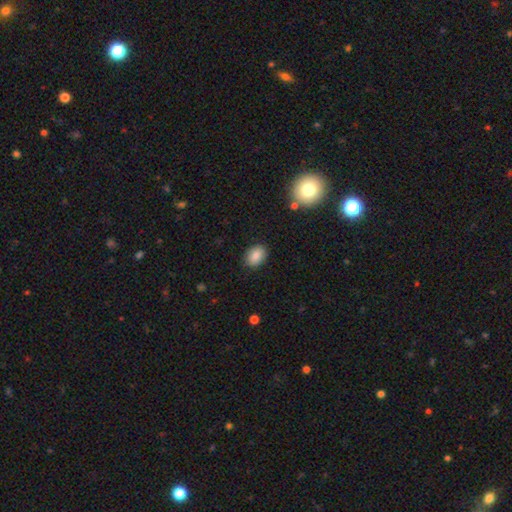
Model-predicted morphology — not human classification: Overall: smooth (85%). How rounded: in between (76%). Merging: none (86%).